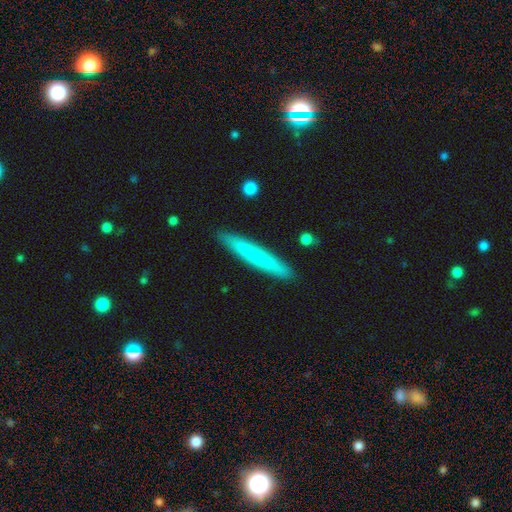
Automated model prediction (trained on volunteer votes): Q: Smooth or featured?
A: smooth (66%); runner-up: featured or disk (29%)
Q: How rounded?
A: cigar-shaped (95%); runner-up: in between (4%)
Q: Merging?
A: none (90%); runner-up: minor disturbance (7%)